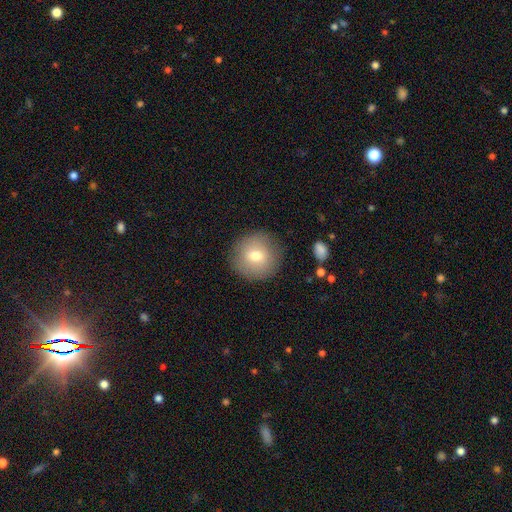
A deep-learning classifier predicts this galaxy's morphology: Smooth or featured? smooth (73%)
How rounded? round (95%)
Merging? none (87%)